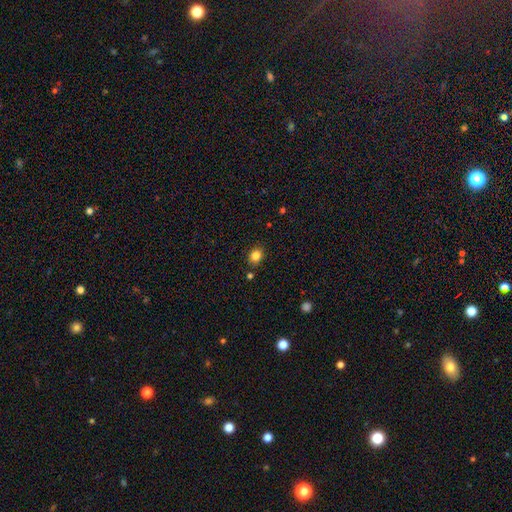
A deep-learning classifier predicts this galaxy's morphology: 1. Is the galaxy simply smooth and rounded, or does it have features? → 83% smooth, 11% star or artifact, 5% featured or disk.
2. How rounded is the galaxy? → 60% round, 39% in between, 1% cigar-shaped.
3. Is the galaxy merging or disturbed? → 85% none, 10% minor disturbance, 3% merger, 2% major disturbance.